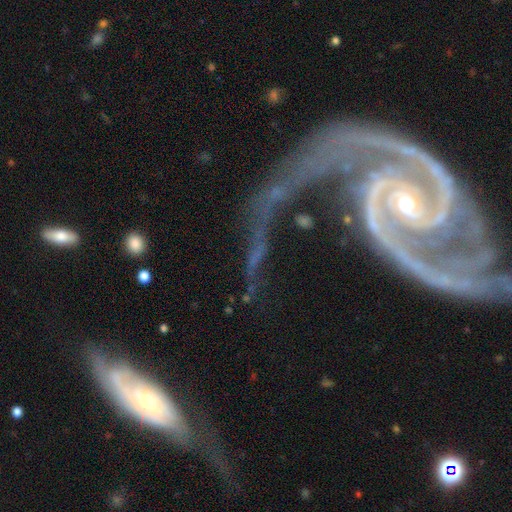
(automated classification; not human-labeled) Smooth or featured?
  - featured or disk: 55% *
  - star or artifact: 27%
  - smooth: 18%
Edge-on disk?
  - no: 69% *
  - yes: 31%
Merging?
  - none: 45% *
  - major disturbance: 25%
  - minor disturbance: 16%
  - merger: 14%